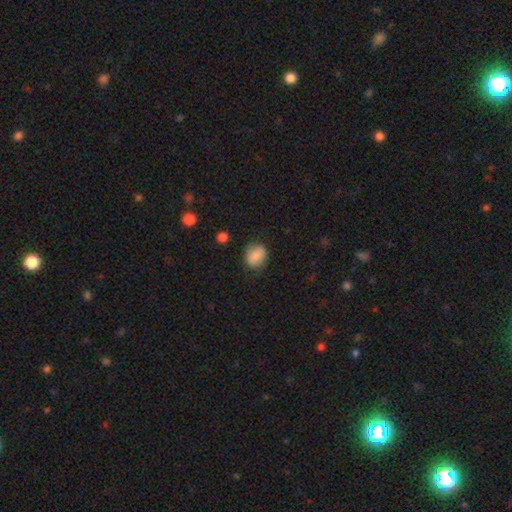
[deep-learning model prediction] Q: Smooth or featured?
A: smooth (83%); runner-up: featured or disk (9%)
Q: How rounded?
A: round (59%); runner-up: in between (40%)
Q: Merging?
A: none (77%); runner-up: minor disturbance (17%)